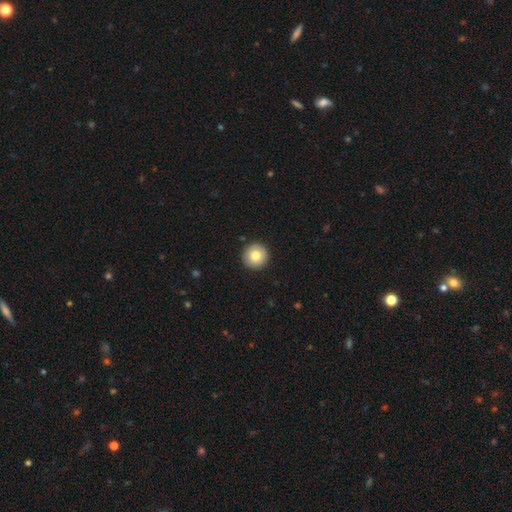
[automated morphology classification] A smooth galaxy with no disk features (80%) that is round (96%). Merging: none (92%).